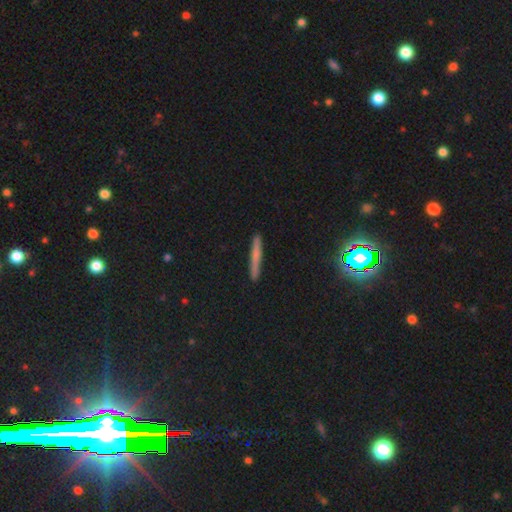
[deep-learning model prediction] smooth_or_featured: smooth (p=0.58) [alt: featured or disk p=0.28]
how_rounded: cigar-shaped (p=0.94) [alt: in between p=0.03]
merging: none (p=0.89) [alt: minor disturbance p=0.08]